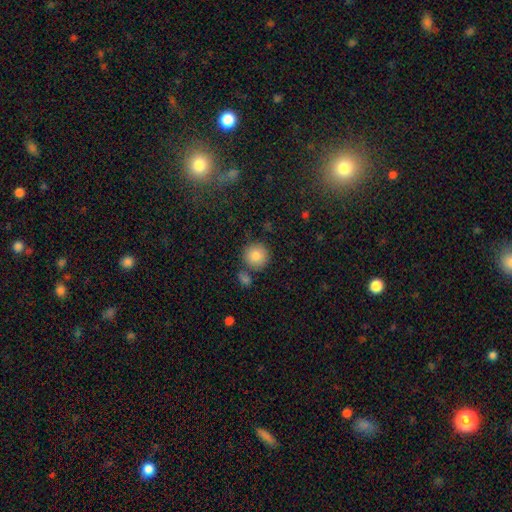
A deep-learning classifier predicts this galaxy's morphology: This appears to be a smooth galaxy with no disk features (85%) that is round (94%). Merging: none (79%).